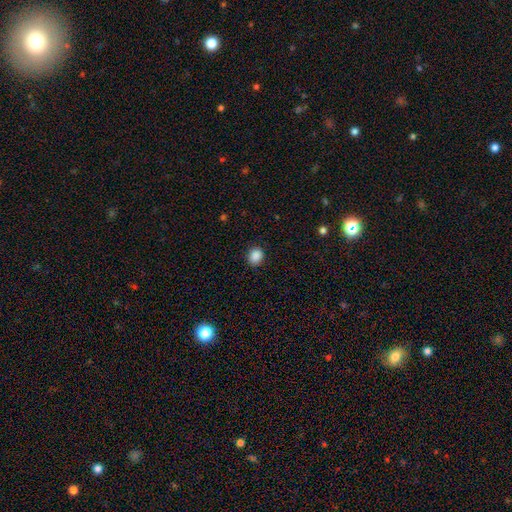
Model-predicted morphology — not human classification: A smooth galaxy with no disk features (88%) that is round (69%).

Vote fractions:
- Smooth or featured? smooth: 88% / star or artifact: 10% / featured or disk: 3%
- How rounded? round: 69% / in between: 30% / cigar-shaped: 1%
- Merging? none: 88% / minor disturbance: 8% / major disturbance: 2% / merger: 1%